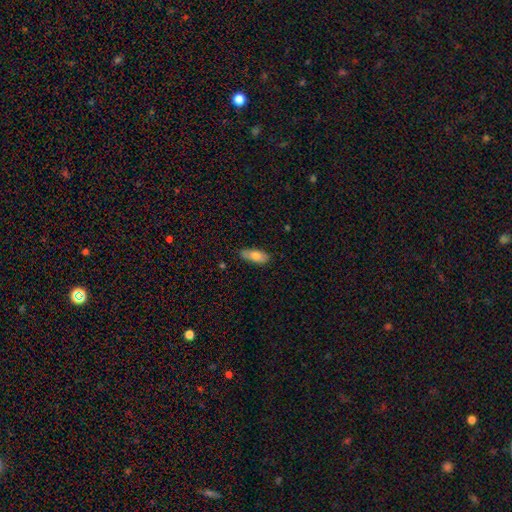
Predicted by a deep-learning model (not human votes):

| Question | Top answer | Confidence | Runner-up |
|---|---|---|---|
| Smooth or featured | smooth | 79% | featured or disk (15%) |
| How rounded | in between | 80% | cigar-shaped (17%) |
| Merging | none | 81% | minor disturbance (15%) |